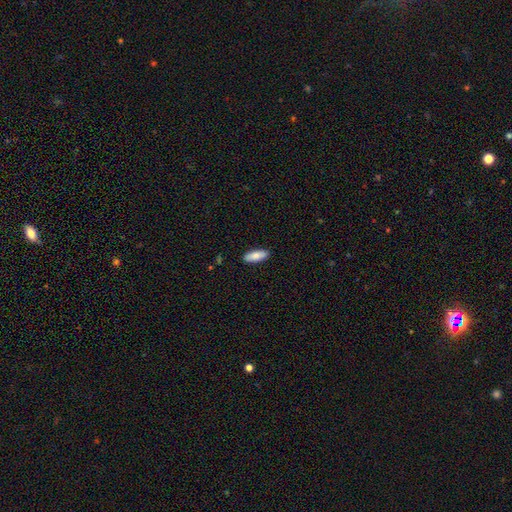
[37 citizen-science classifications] Smooth or featured?
  - smooth: 73% *
  - featured or disk: 24%
  - star or artifact: 3%
How rounded?
  - in between: 81% *
  - cigar-shaped: 19%
  - round: 0%
Merging?
  - none: 92% *
  - minor disturbance: 6%
  - major disturbance: 3%
  - merger: 0%